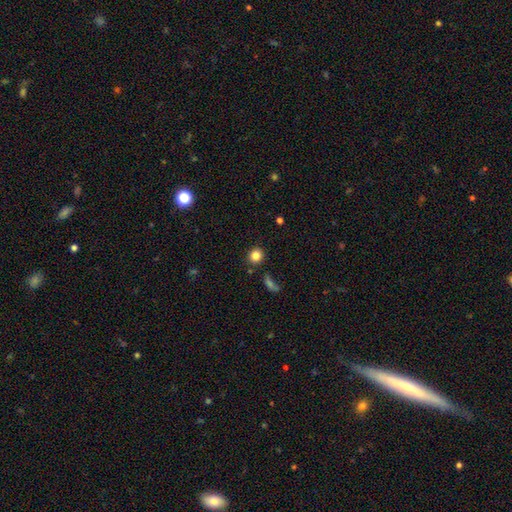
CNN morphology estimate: A smooth galaxy with no disk features (83%) that is round (86%). Merging: none (85%).